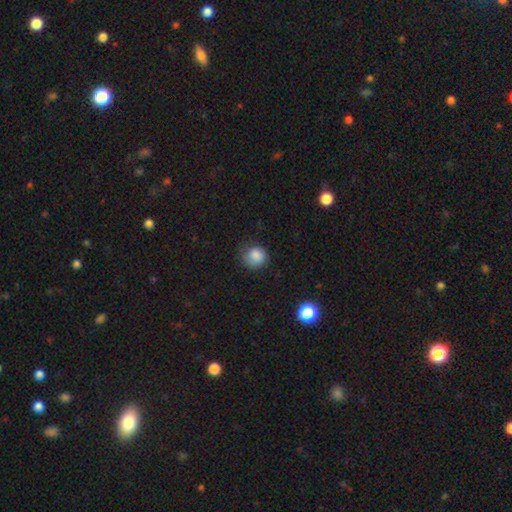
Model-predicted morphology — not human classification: Overall: smooth (85%). How rounded: round (85%). Merging: none (68%).